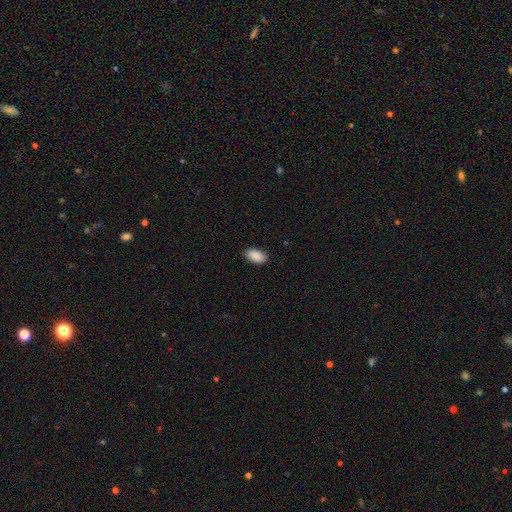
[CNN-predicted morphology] Overall: smooth (91%). How rounded: in between (95%). Merging: none (89%).